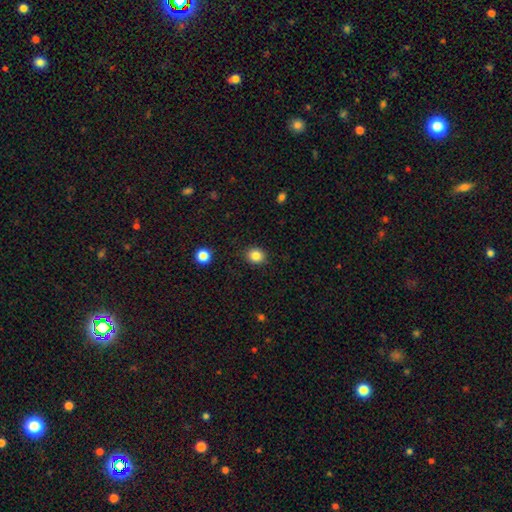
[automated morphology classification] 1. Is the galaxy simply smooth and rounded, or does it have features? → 84% smooth, 11% star or artifact, 5% featured or disk.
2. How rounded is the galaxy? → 71% round, 29% in between, 1% cigar-shaped.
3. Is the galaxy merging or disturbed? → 89% none, 7% minor disturbance, 2% major disturbance, 1% merger.